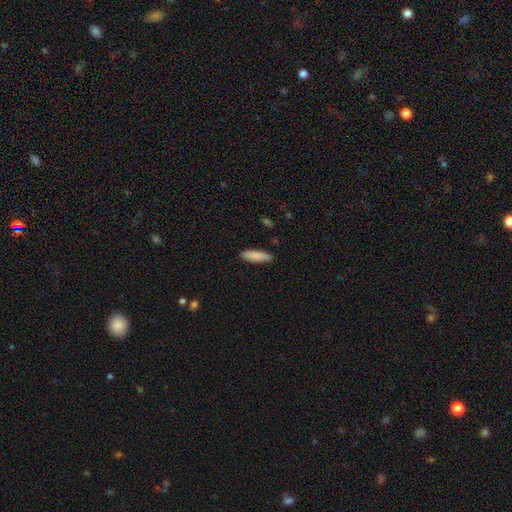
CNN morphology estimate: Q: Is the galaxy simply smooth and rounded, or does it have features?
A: smooth — 87%.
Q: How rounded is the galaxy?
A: cigar-shaped — 60%.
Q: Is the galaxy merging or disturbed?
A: none — 88%.